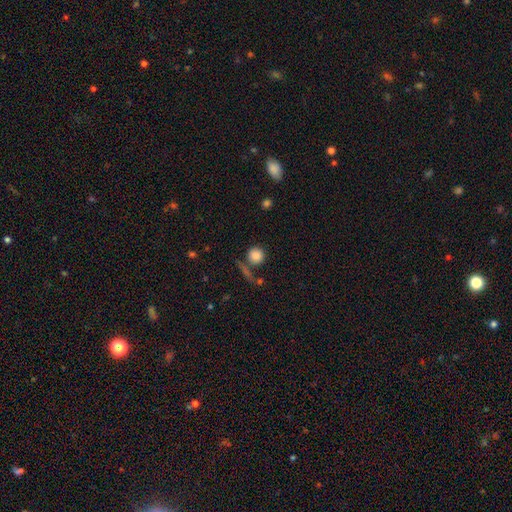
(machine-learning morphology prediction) This appears to be a smooth galaxy with no disk features (83%) that is round (91%). Merging: none (70%).